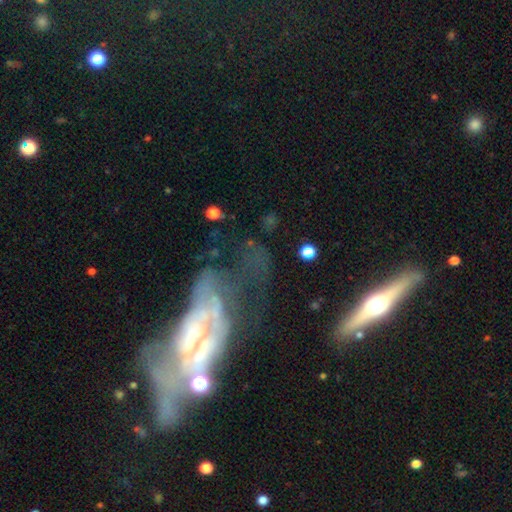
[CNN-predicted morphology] This appears to be a featured or disk galaxy (62%). Merging: none (34%).